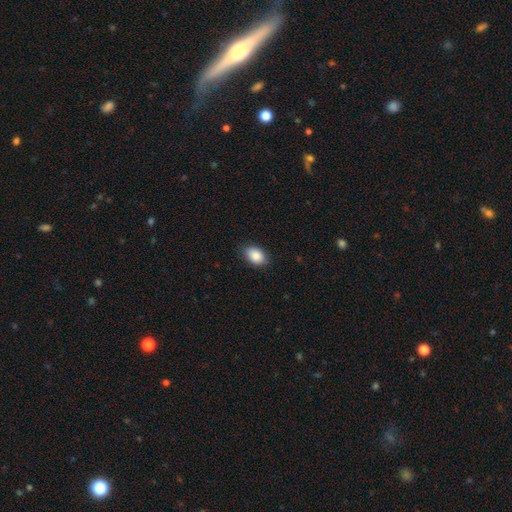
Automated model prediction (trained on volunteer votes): Overall: smooth (88%). How rounded: in between (87%). Merging: none (85%).